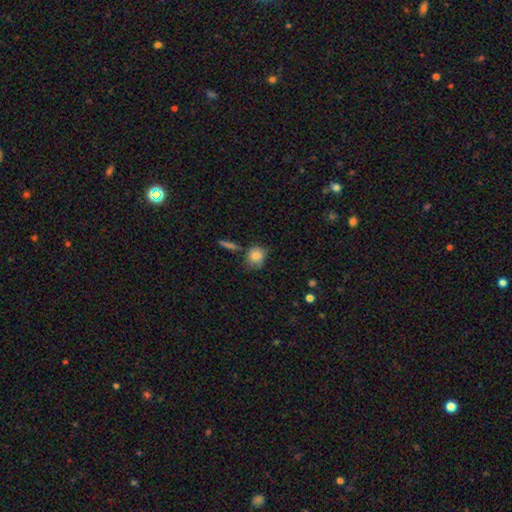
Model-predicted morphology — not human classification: smooth 82%, featured or disk 9%, star or artifact 9%. Down the decision tree: how rounded — round (75%); merging — none (65%).